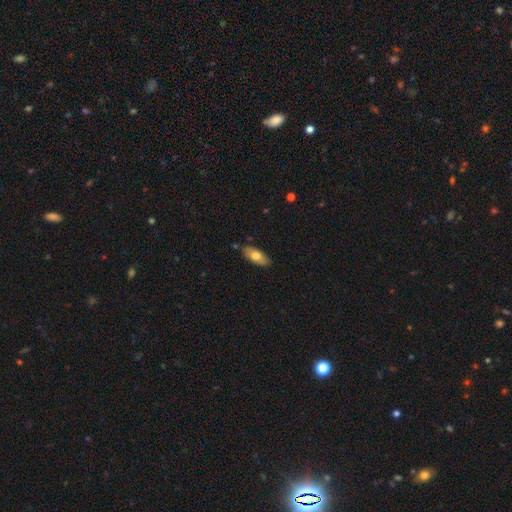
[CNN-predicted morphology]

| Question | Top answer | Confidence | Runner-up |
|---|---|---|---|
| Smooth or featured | smooth | 70% | featured or disk (24%) |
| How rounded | in between | 85% | cigar-shaped (12%) |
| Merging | none | 83% | minor disturbance (13%) |